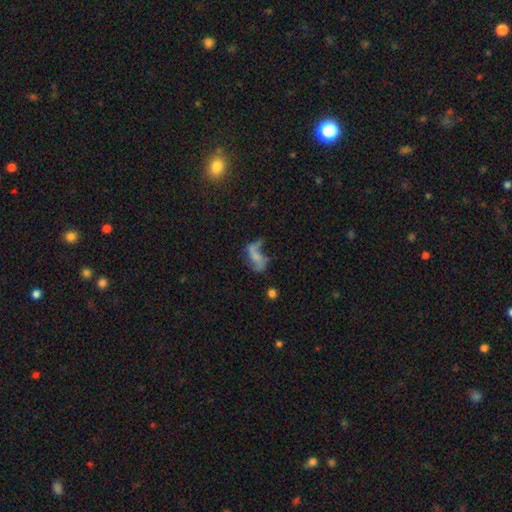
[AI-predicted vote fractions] This is possibly a featured or disk galaxy (53%). It is clearly not viewed edge-on (94%). Merging: marginally major disturbance (35%).